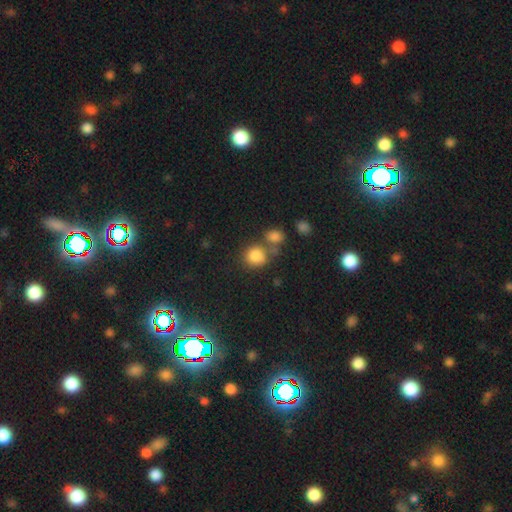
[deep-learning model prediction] This is clearly a smooth galaxy (83%). How rounded: likely round (78%). Merging: possibly none (54%).